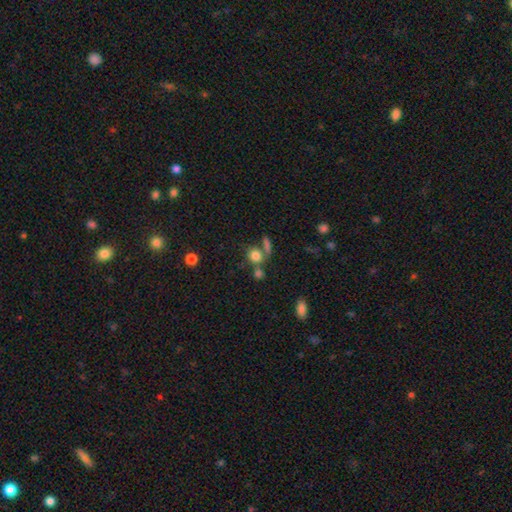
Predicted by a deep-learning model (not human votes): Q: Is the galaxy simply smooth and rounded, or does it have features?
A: smooth — 79%.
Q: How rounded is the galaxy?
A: round — 76%.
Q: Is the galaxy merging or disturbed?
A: none — 55%.